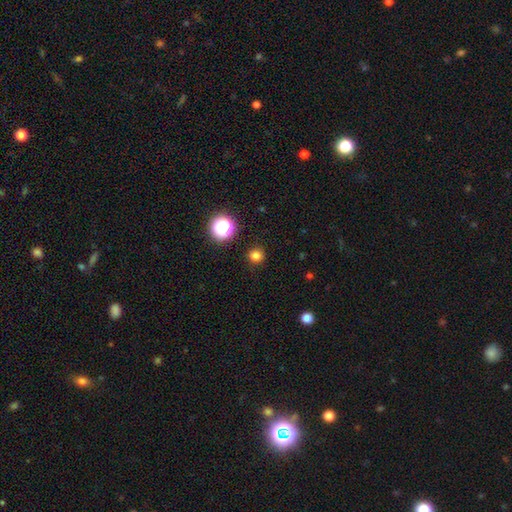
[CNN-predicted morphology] Smooth or featured? Predicted: smooth (p=0.79). How rounded? Predicted: round (p=0.93). Merging? Predicted: none (p=0.91).